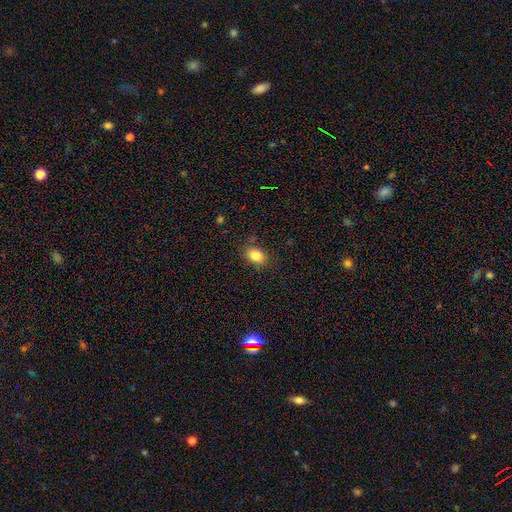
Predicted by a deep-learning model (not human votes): Smooth or featured? Predicted: smooth (p=0.84). How rounded? Predicted: in between (p=0.72). Merging? Predicted: none (p=0.82).